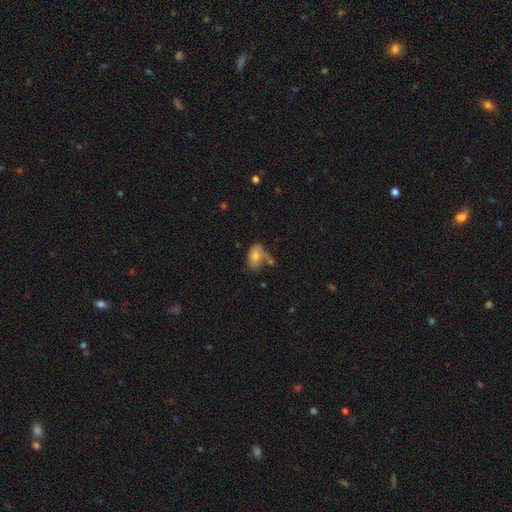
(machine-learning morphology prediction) The model was most divided on "merging": none: 44%, minor disturbance: 22%, merger: 21%, major disturbance: 13%. More confident: how rounded — in between (89%); smooth or featured — smooth (70%).